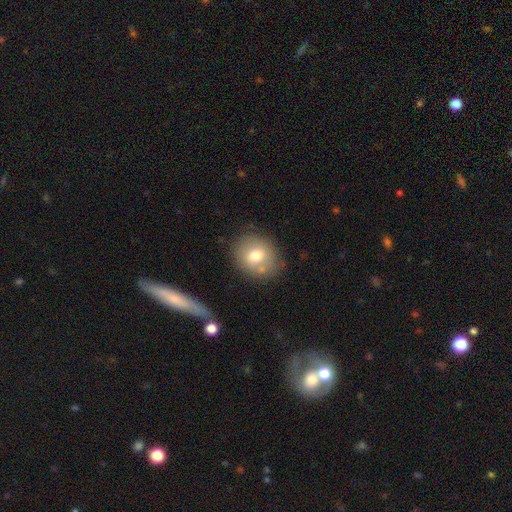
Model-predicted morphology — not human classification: smooth 71%, featured or disk 21%, star or artifact 9%. Down the decision tree: how rounded — round (67%); merging — none (74%).